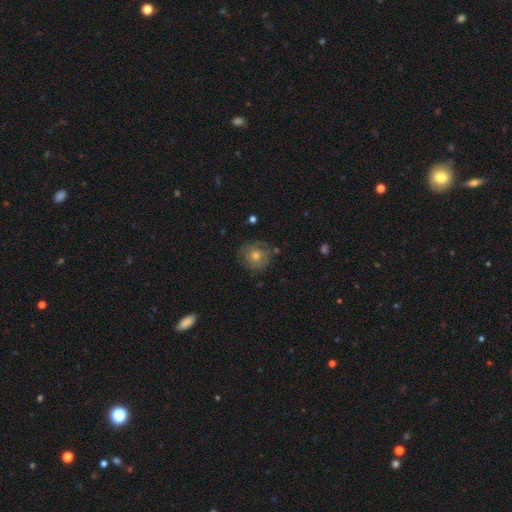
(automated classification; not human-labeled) Smooth or featured: featured or disk — 50% (smooth — 37%)
Merging: none — 77% (minor disturbance — 15%)